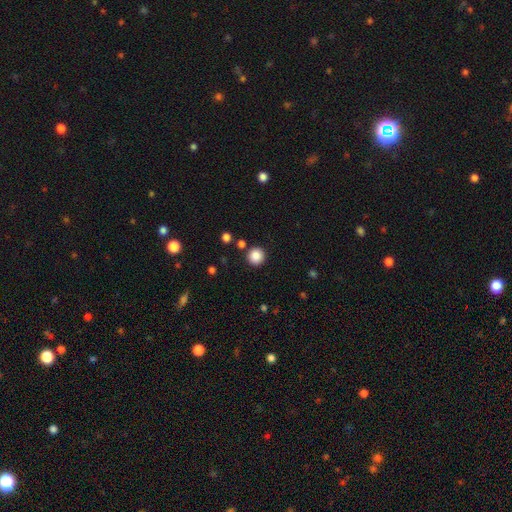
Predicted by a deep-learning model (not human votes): Q: Smooth or featured?
A: smooth (86%); runner-up: star or artifact (10%)
Q: How rounded?
A: round (94%); runner-up: in between (5%)
Q: Merging?
A: none (89%); runner-up: minor disturbance (6%)